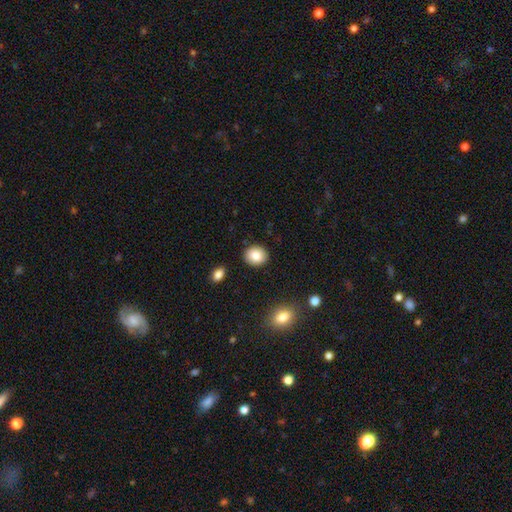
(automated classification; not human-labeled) smooth_or_featured: smooth (p=0.86) [alt: star or artifact p=0.08]
how_rounded: round (p=0.69) [alt: in between p=0.30]
merging: none (p=0.90) [alt: minor disturbance p=0.07]